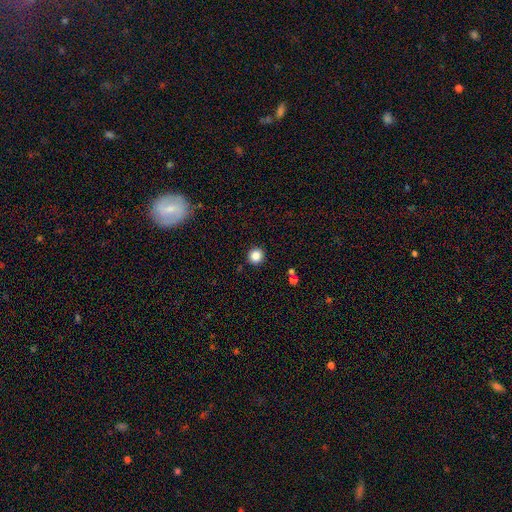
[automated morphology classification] The model was most divided on "smooth or featured": smooth: 85%, star or artifact: 11%, featured or disk: 4%. More confident: how rounded — round (93%); merging — none (92%).